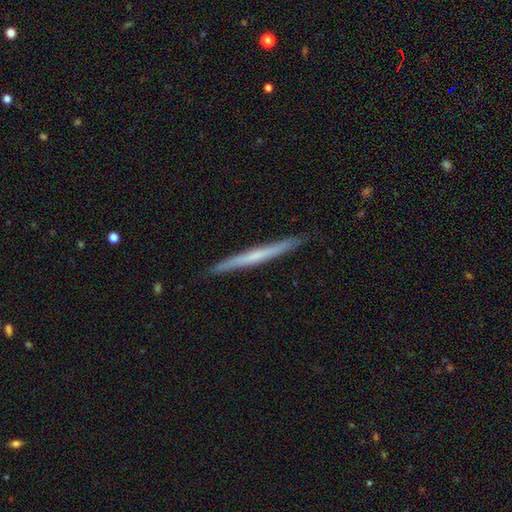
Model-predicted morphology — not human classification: Smooth or featured? Predicted: featured or disk (p=0.50). Merging? Predicted: none (p=0.91).